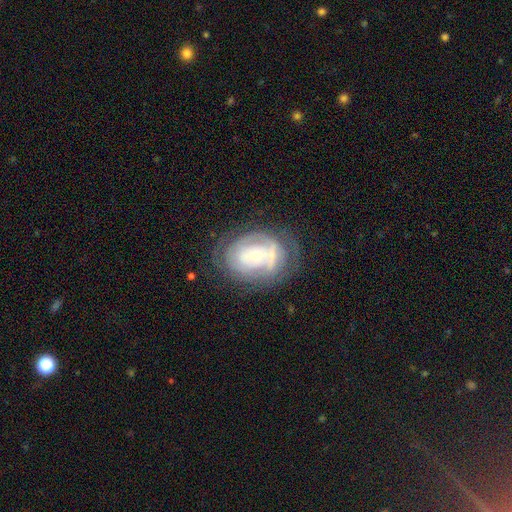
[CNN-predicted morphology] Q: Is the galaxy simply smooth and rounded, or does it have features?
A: featured or disk — 73%.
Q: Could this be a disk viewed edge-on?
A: no — 96%.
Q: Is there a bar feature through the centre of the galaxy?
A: no — 65%.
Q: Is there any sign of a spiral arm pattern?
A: yes — 67%.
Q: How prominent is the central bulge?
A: moderate — 56%.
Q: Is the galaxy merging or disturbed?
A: none — 59%.